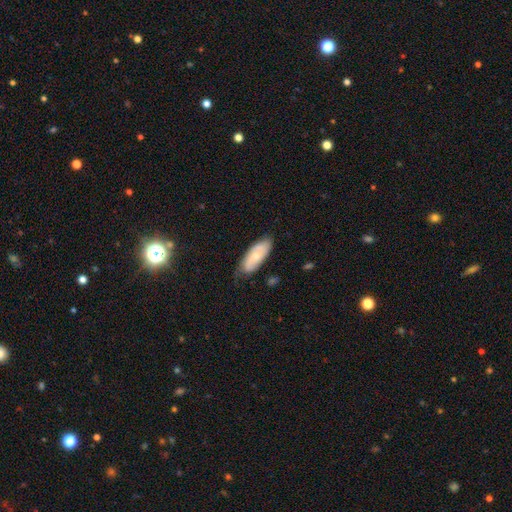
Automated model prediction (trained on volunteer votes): Q: Smooth or featured?
A: smooth (54%); runner-up: featured or disk (40%)
Q: How rounded?
A: in between (81%); runner-up: cigar-shaped (17%)
Q: Merging?
A: none (68%); runner-up: minor disturbance (26%)